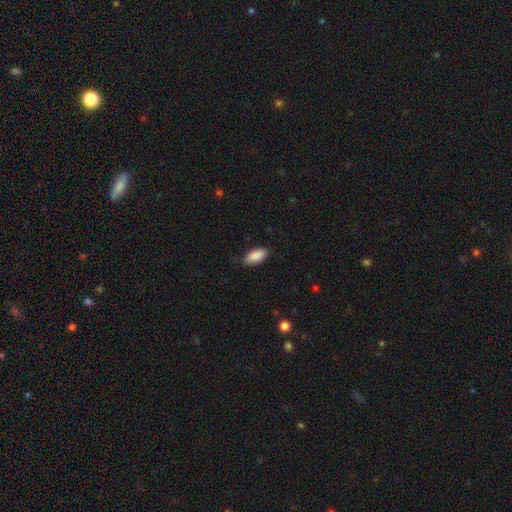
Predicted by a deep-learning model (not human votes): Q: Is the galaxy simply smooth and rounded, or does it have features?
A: smooth — 90%.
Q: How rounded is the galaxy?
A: in between — 92%.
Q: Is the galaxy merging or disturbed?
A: none — 80%.